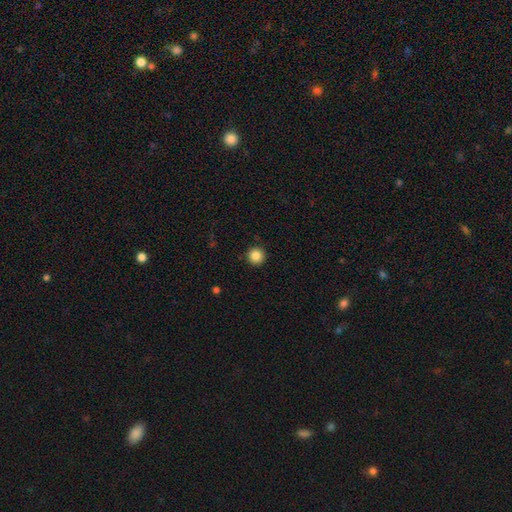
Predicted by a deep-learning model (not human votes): The model was most divided on "smooth or featured": smooth: 86%, star or artifact: 10%, featured or disk: 4%. More confident: how rounded — round (96%); merging — none (93%).